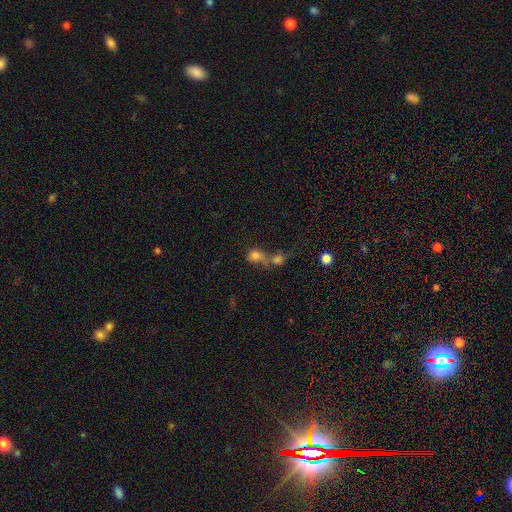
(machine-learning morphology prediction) This is likely a smooth galaxy (75%). How rounded: possibly round (59%). Merging: likely merger (62%).